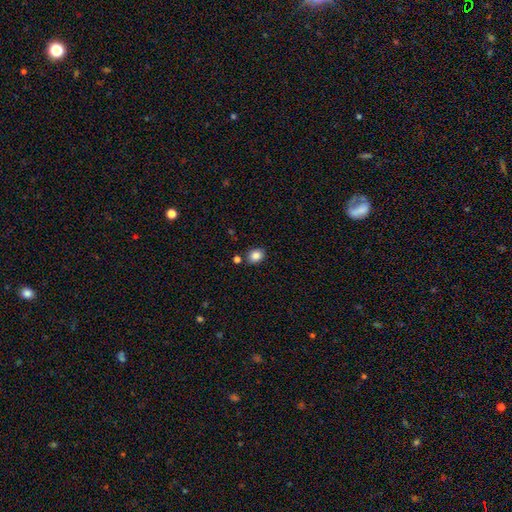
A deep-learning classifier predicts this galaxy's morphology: Q: Smooth or featured?
A: smooth (86%); runner-up: star or artifact (10%)
Q: How rounded?
A: in between (51%); runner-up: round (48%)
Q: Merging?
A: none (82%); runner-up: minor disturbance (10%)